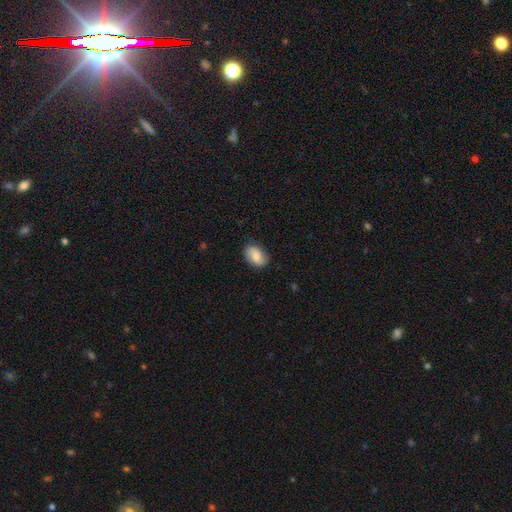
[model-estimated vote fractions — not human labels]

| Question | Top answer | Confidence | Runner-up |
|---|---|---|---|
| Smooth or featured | smooth | 69% | featured or disk (24%) |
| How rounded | in between | 86% | round (12%) |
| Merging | none | 81% | minor disturbance (15%) |